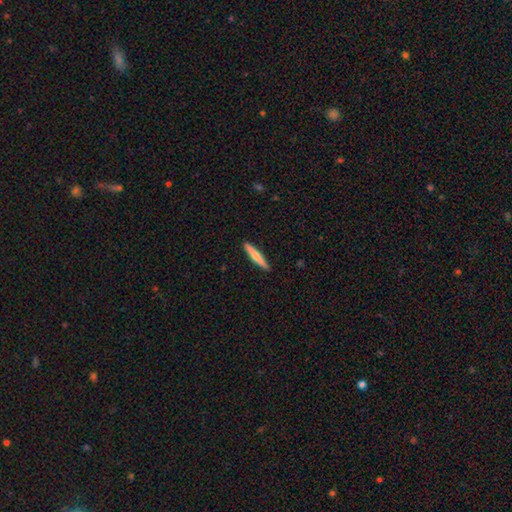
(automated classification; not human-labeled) smooth-or-featured: smooth: 64% | featured or disk: 31% | star or artifact: 5%
  how-rounded: cigar-shaped: 93% | in between: 5% | round: 1%
  merging: none: 91% | minor disturbance: 6% | major disturbance: 1% | merger: 1%